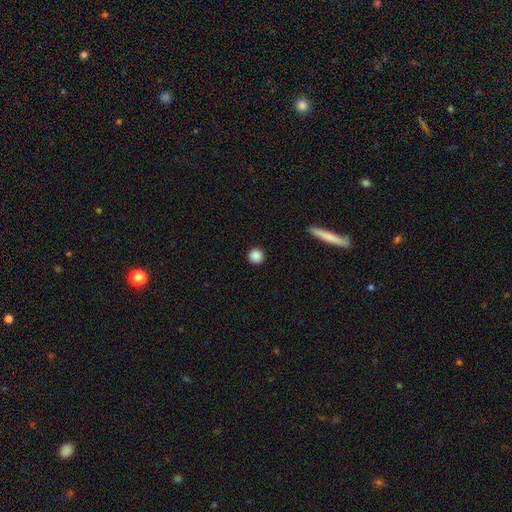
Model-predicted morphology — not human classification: Smooth or featured? Predicted: smooth (p=0.88). How rounded? Predicted: round (p=0.95). Merging? Predicted: none (p=0.93).